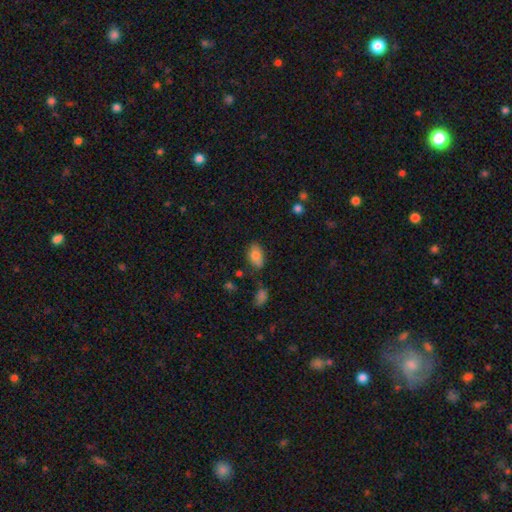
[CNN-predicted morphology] This appears to be a smooth galaxy with no disk features (81%) that is in between round and cigar-shaped (92%). Merging: none (71%).